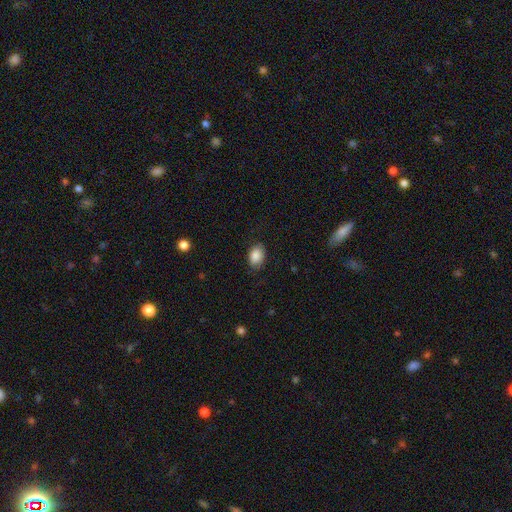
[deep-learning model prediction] smooth_or_featured: smooth (p=0.87) [alt: star or artifact p=0.07]
how_rounded: in between (p=0.82) [alt: round p=0.17]
merging: none (p=0.81) [alt: minor disturbance p=0.15]